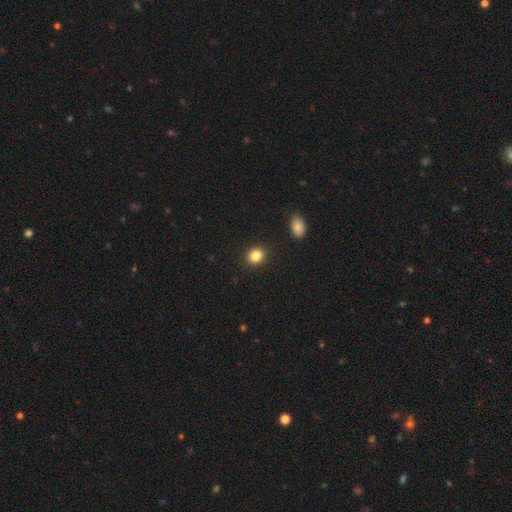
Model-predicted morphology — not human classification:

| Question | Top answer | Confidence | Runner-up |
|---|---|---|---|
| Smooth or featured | smooth | 85% | star or artifact (10%) |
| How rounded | round | 72% | in between (27%) |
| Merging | none | 91% | minor disturbance (6%) |